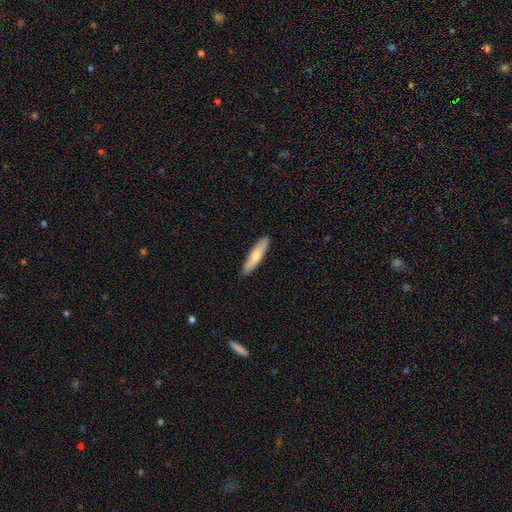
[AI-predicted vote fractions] A smooth galaxy with no disk features (71%) that is cigar-shaped (77%). Merging: none (88%).